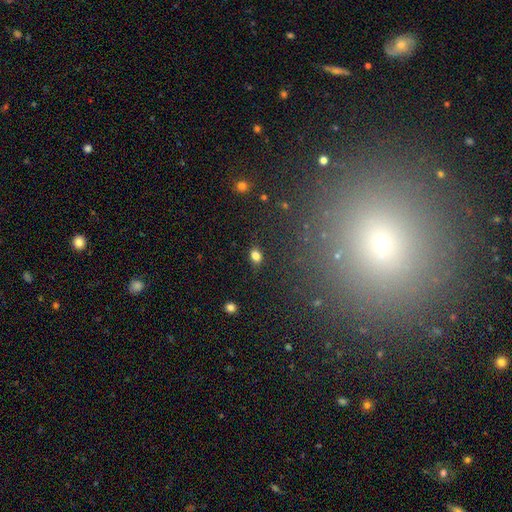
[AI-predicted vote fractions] Smooth or featured?
  - smooth: 81% *
  - star or artifact: 12%
  - featured or disk: 7%
How rounded?
  - in between: 72% *
  - round: 26%
  - cigar-shaped: 2%
Merging?
  - none: 81% *
  - minor disturbance: 13%
  - major disturbance: 4%
  - merger: 3%